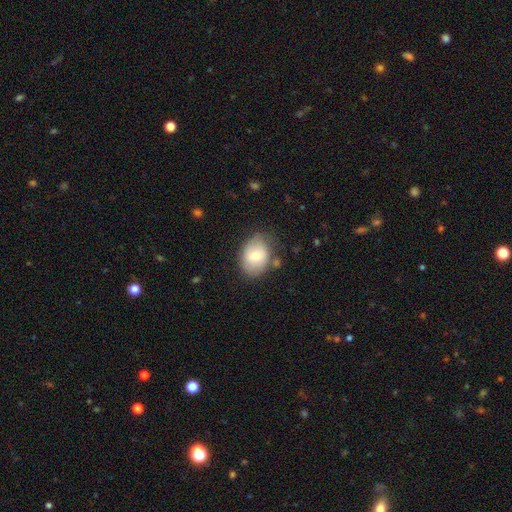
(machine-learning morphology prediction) The model was most divided on "how rounded": in between: 71%, round: 28%, cigar-shaped: 1%. More confident: smooth or featured — smooth (70%); merging — none (68%).